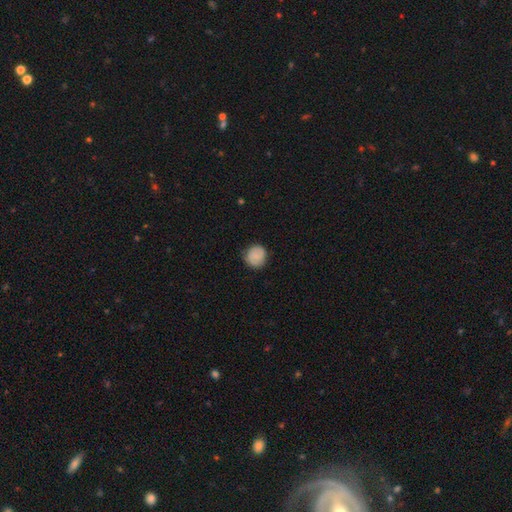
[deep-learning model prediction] Overall: smooth (78%). How rounded: round (88%). Merging: none (81%).